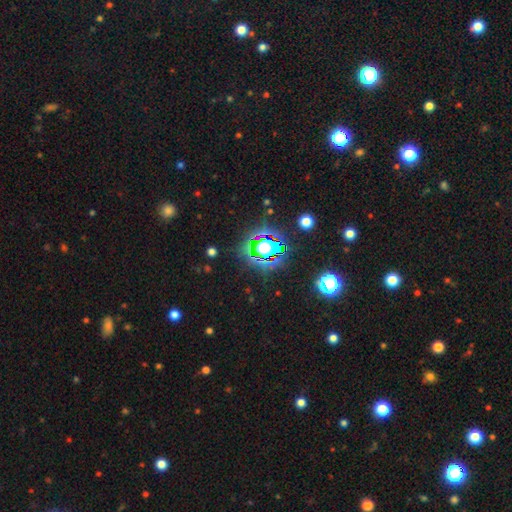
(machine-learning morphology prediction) A star or artifact, not a galaxy (81%).

Vote fractions:
- Smooth or featured? star or artifact: 81% / smooth: 12% / featured or disk: 7%